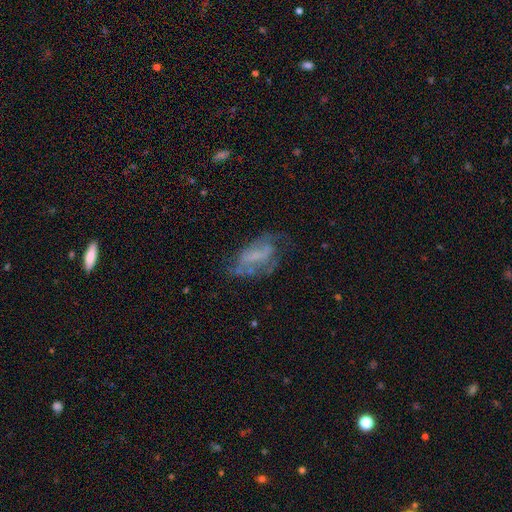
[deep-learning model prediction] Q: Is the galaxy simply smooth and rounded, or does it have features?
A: featured or disk — 56%.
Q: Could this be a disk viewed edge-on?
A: no — 93%.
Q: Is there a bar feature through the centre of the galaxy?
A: no — 50%.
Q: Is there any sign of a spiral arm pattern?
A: no — 51%.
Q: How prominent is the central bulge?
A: none — 54%.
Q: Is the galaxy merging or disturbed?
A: none — 41%.